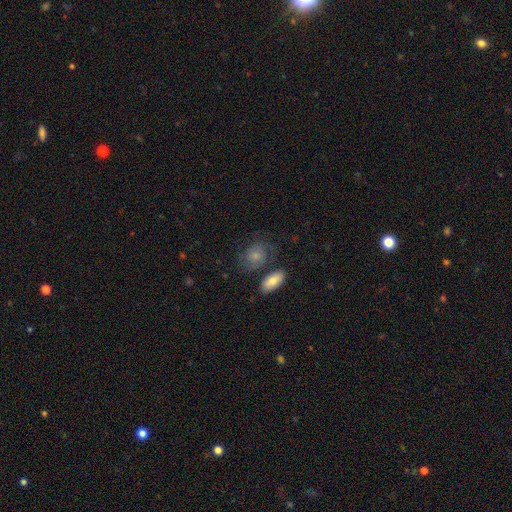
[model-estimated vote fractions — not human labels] Morphology: type=smooth (54%); roundness=in between (57%); merging=none (53%).